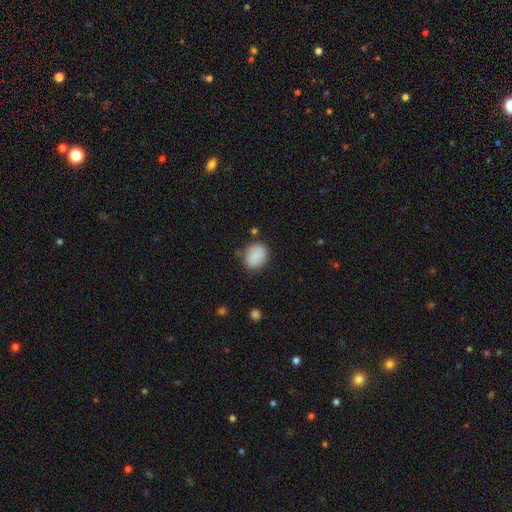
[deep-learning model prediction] smooth-or-featured: smooth: 87% | star or artifact: 8% | featured or disk: 5%
  how-rounded: in between: 60% | round: 39% | cigar-shaped: 1%
  merging: none: 74% | minor disturbance: 18% | major disturbance: 5% | merger: 3%